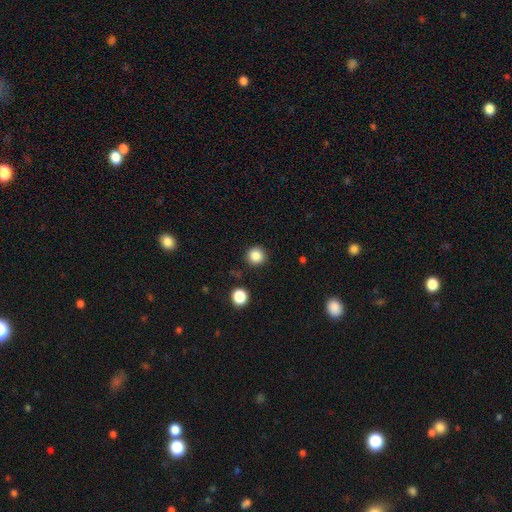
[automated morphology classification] Overall: smooth (86%). How rounded: round (93%). Merging: none (88%).